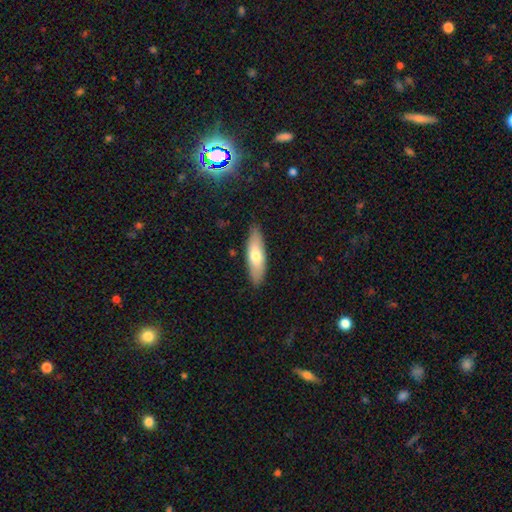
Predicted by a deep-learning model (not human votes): This is likely a smooth galaxy (68%). How rounded: possibly in between (52%). Merging: clearly none (85%).